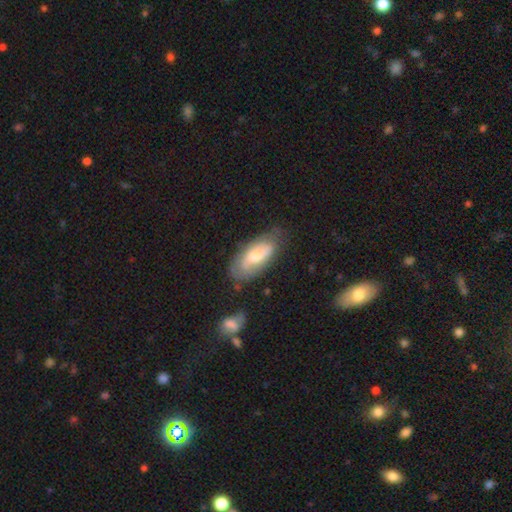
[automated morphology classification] Smooth or featured: featured or disk — 52% (smooth — 42%)
Edge-on disk: no — 88% (yes — 12%)
Merging: none — 66% (minor disturbance — 24%)